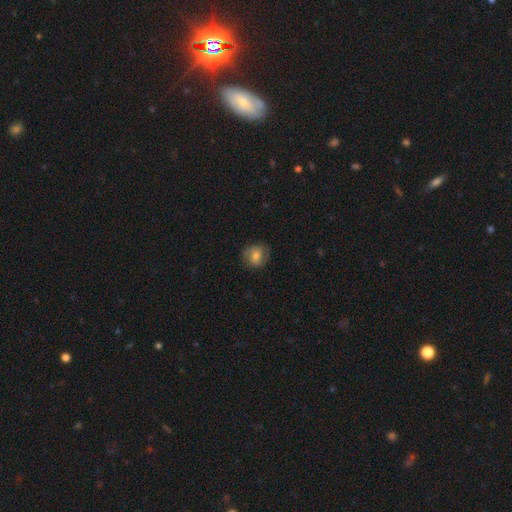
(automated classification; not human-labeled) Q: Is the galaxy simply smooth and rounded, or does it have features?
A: smooth — 65%.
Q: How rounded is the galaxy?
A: round — 71%.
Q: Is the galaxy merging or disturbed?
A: none — 77%.